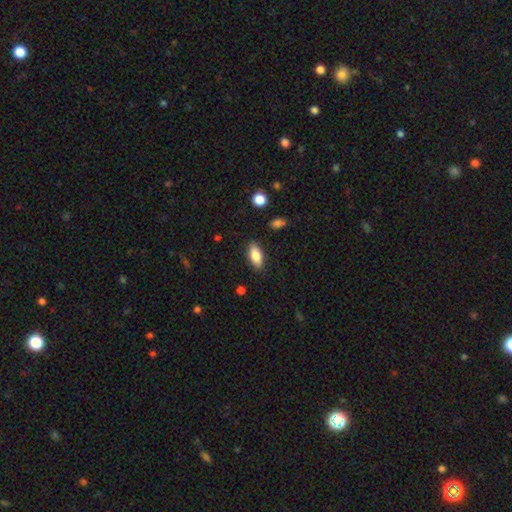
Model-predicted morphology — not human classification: Smooth or featured? smooth (79%)
How rounded? in between (83%)
Merging? none (86%)